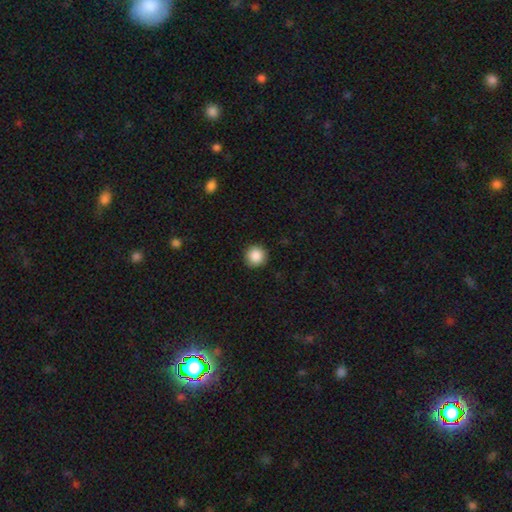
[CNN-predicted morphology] type=smooth (88%); roundness=round (95%); merging=none (92%).